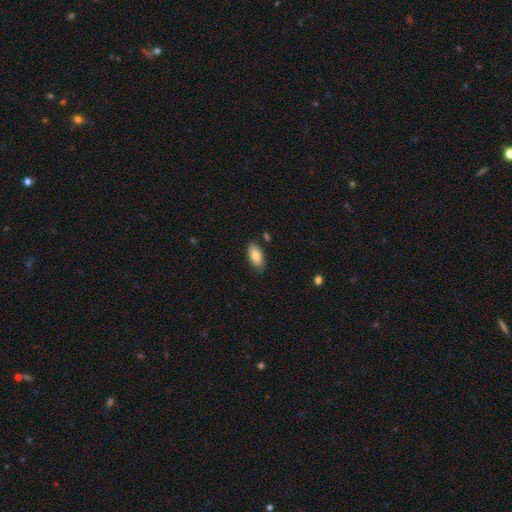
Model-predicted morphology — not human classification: A smooth galaxy with no disk features (79%) that is in between round and cigar-shaped (90%). Merging: none (82%).